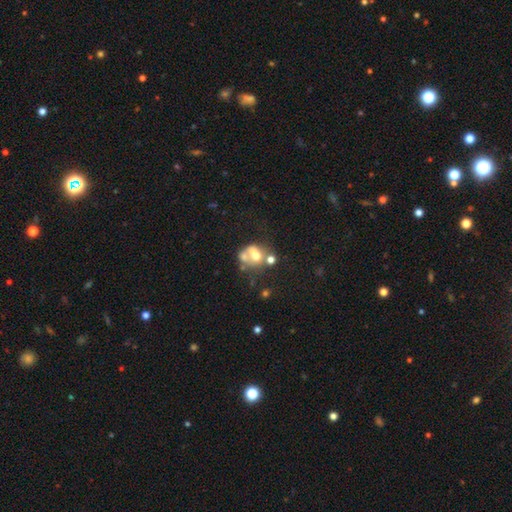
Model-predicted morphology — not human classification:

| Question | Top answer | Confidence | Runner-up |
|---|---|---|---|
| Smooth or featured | smooth | 47% | featured or disk (38%) |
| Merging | merger | 47% | none (26%) |